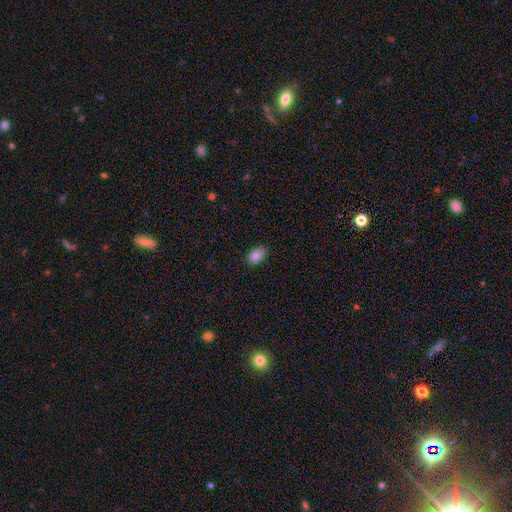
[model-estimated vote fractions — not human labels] This is clearly a smooth galaxy (85%). How rounded: clearly in between (83%). Merging: clearly none (85%).